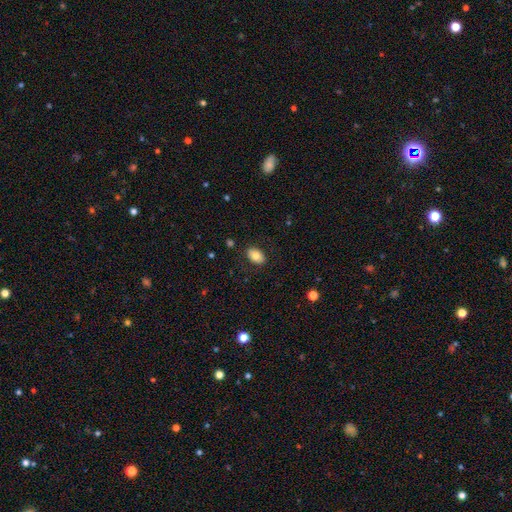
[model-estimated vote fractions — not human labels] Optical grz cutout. It shows a smooth galaxy with no disk features (79%) that is in between round and cigar-shaped (88%). Merging: none (85%).